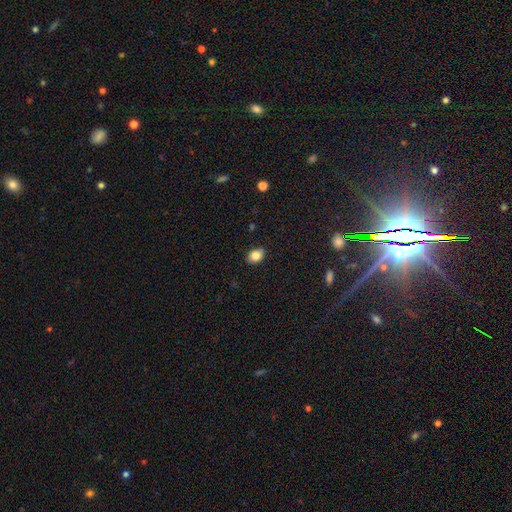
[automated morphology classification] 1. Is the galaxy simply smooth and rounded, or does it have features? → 82% smooth, 10% featured or disk, 8% star or artifact.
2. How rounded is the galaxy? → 82% in between, 16% round, 1% cigar-shaped.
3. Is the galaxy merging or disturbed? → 87% none, 10% minor disturbance, 2% major disturbance, 1% merger.